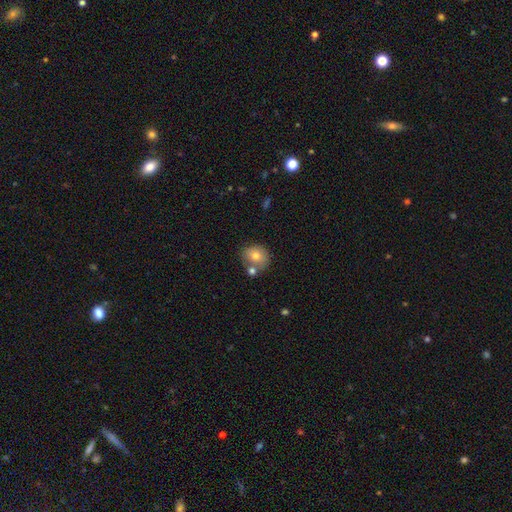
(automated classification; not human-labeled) Smooth or featured? smooth (75%)
How rounded? round (72%)
Merging? none (57%)